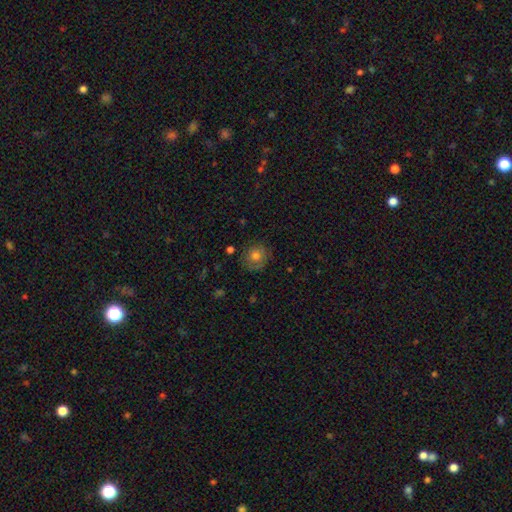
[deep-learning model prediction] This is likely a smooth galaxy (70%). How rounded: clearly round (85%). Merging: likely none (76%).